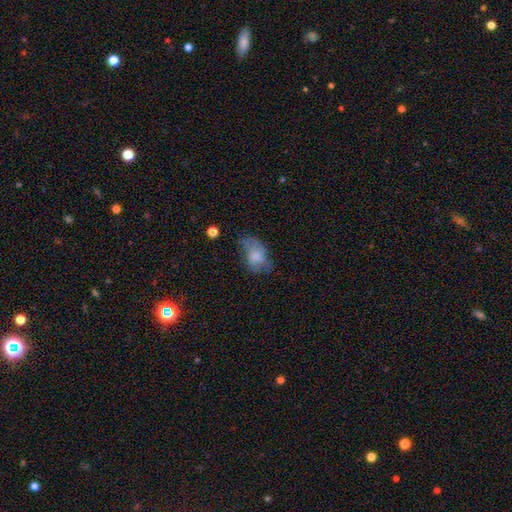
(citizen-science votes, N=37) Volunteers were most divided on "merging": minor disturbance: 42%, none: 31%, major disturbance: 19%, merger: 8%. More confident: how rounded — in between (88%); smooth or featured — smooth (65%).